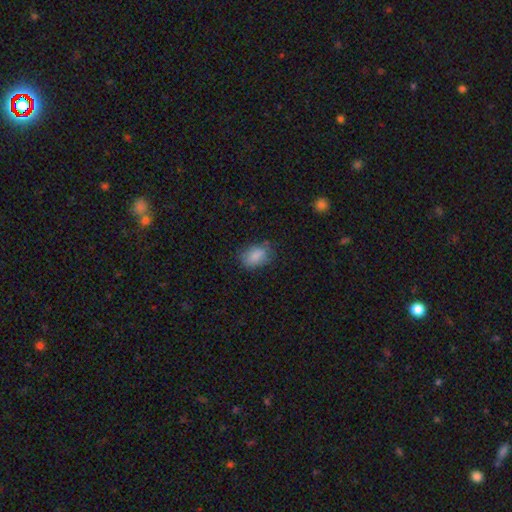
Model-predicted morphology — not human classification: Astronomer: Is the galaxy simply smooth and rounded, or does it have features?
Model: smooth — 84%.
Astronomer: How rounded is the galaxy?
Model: in between — 85%.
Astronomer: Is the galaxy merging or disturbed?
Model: none — 68%.